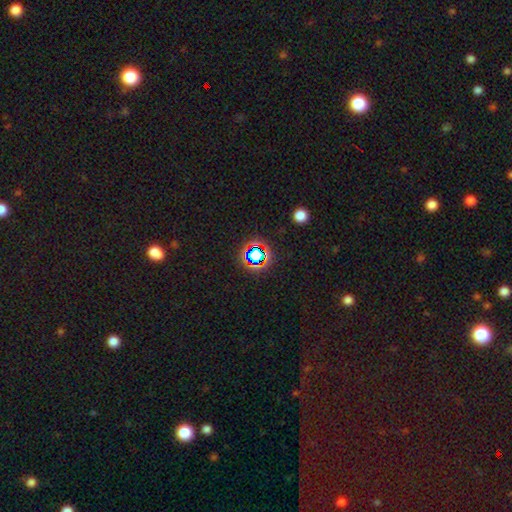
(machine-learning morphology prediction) This is likely a star or artifact rather than a galaxy (63%).